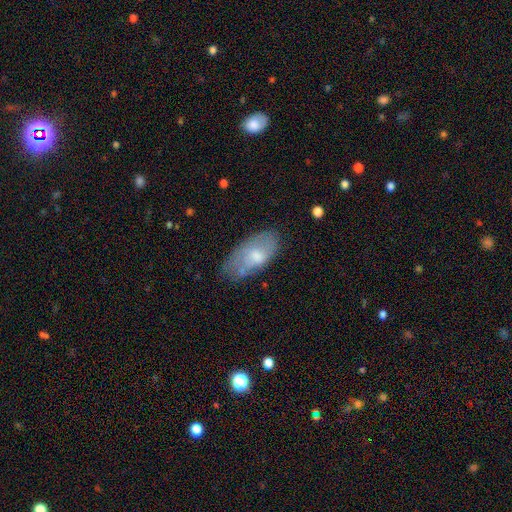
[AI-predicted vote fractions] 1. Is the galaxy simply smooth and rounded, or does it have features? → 56% smooth, 36% featured or disk, 7% star or artifact.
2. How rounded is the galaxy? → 91% in between, 5% cigar-shaped, 3% round.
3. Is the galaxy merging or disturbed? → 58% none, 30% minor disturbance, 9% major disturbance, 3% merger.